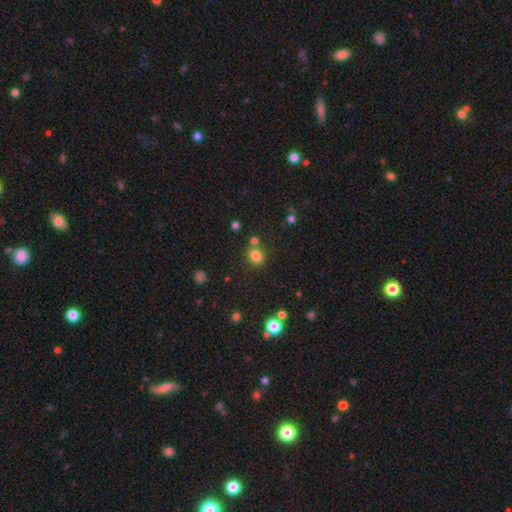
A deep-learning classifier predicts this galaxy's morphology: The model was most divided on "how rounded": round: 66%, in between: 33%, cigar-shaped: 1%. More confident: smooth or featured — smooth (80%); merging — none (72%).